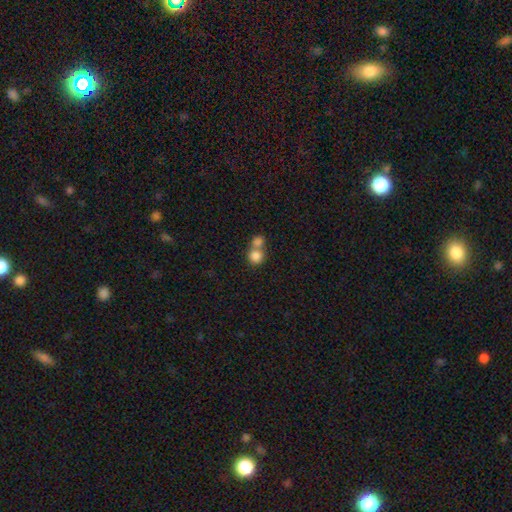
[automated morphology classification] type=smooth (82%); roundness=round (83%); merging=merger (57%).